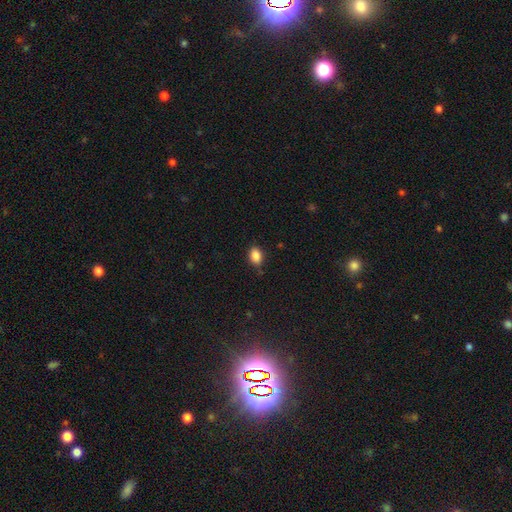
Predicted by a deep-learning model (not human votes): Q: Smooth or featured?
A: smooth (87%); runner-up: star or artifact (9%)
Q: How rounded?
A: in between (83%); runner-up: round (16%)
Q: Merging?
A: none (80%); runner-up: minor disturbance (15%)